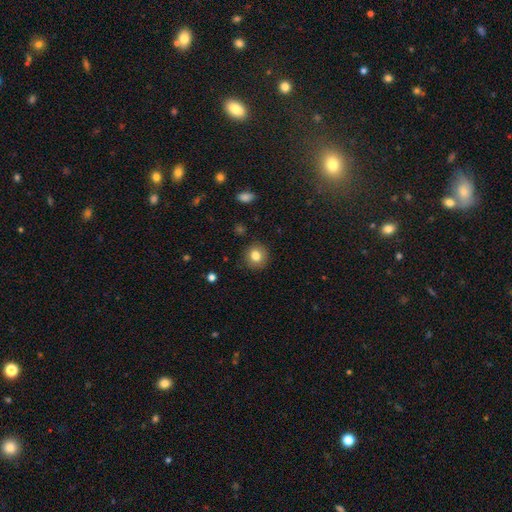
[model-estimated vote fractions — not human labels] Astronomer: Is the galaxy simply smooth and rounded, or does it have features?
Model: smooth — 81%.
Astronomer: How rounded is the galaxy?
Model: round — 88%.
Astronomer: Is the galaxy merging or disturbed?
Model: none — 89%.